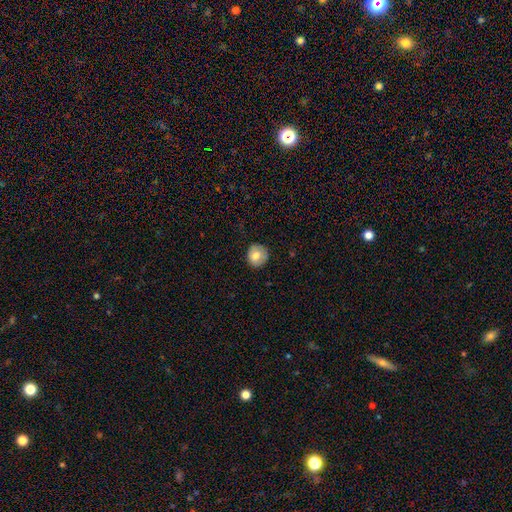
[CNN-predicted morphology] Overall: smooth (75%). How rounded: round (89%). Merging: none (81%).